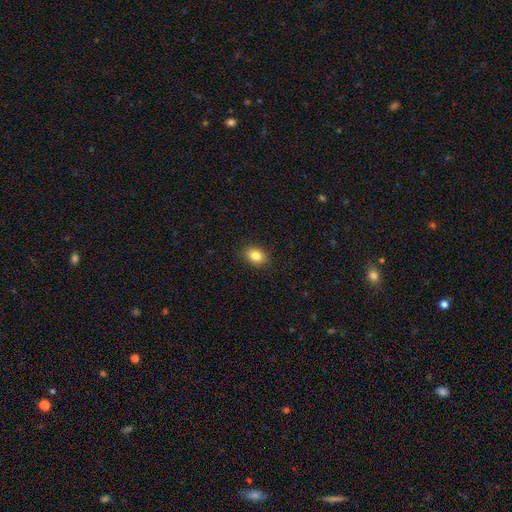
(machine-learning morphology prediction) Smooth or featured: smooth — 84% (star or artifact — 9%)
How rounded: in between — 71% (round — 28%)
Merging: none — 89% (minor disturbance — 8%)